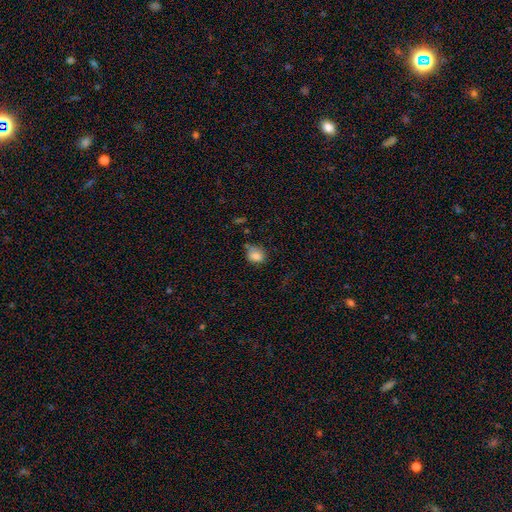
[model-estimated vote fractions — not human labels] smooth 81%, star or artifact 10%, featured or disk 8%. Down the decision tree: how rounded — round (50%); merging — none (54%).